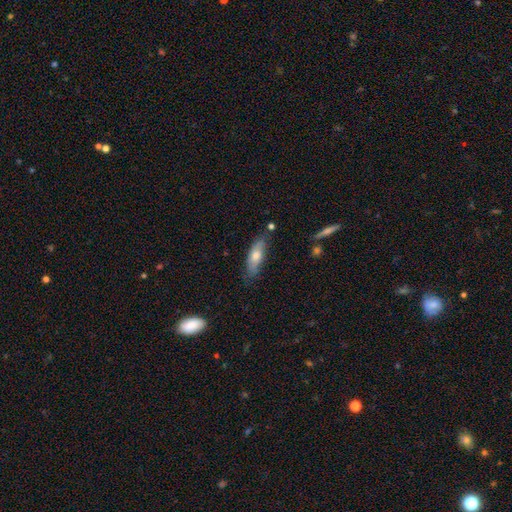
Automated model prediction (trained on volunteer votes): smooth-or-featured: smooth: 62% | featured or disk: 31% | star or artifact: 7%
  how-rounded: in between: 55% | cigar-shaped: 42% | round: 2%
  merging: none: 72% | minor disturbance: 21% | major disturbance: 4% | merger: 3%